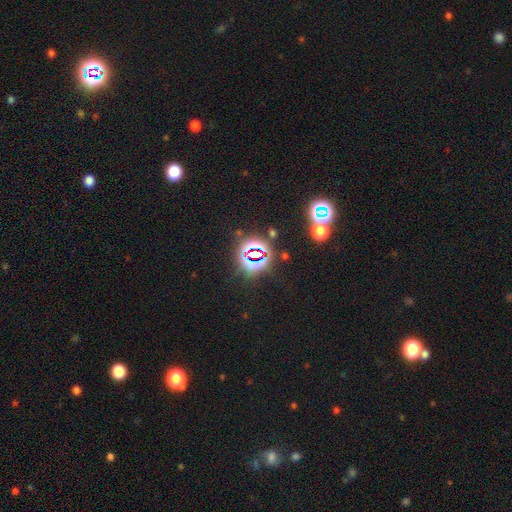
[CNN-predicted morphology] Smooth or featured?
  - star or artifact: 75% *
  - smooth: 16%
  - featured or disk: 9%